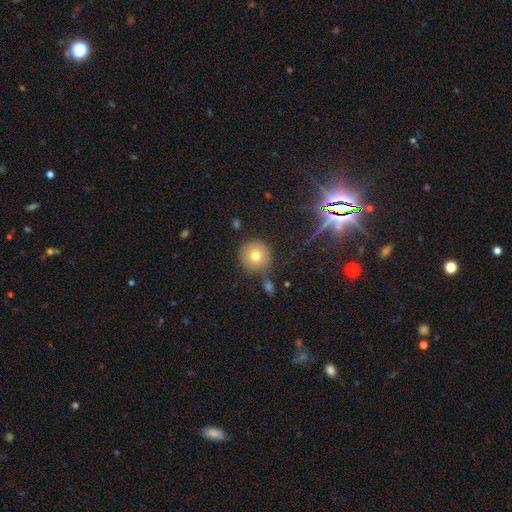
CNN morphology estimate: Smooth or featured: smooth — 74% (featured or disk — 13%)
How rounded: round — 95% (in between — 4%)
Merging: none — 77% (minor disturbance — 12%)